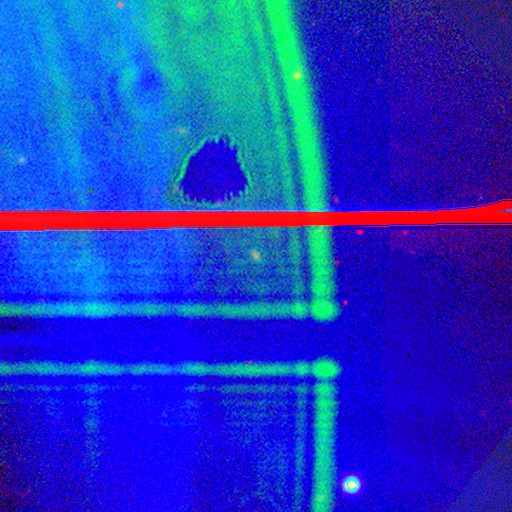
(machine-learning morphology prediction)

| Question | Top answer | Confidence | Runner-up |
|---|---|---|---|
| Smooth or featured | star or artifact | 87% | featured or disk (9%) |